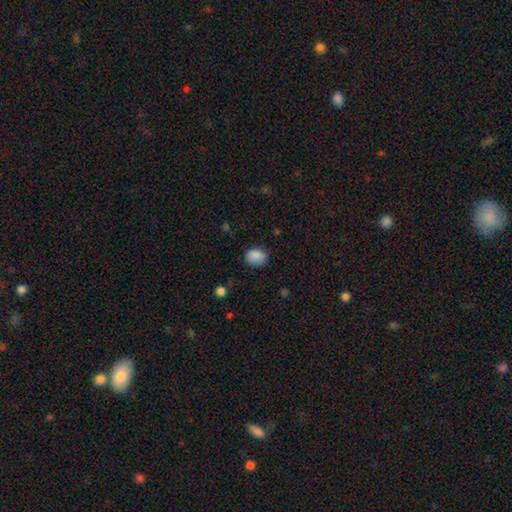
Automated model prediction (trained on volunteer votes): This is clearly a smooth galaxy (87%). How rounded: likely in between (61%). Merging: likely none (77%).